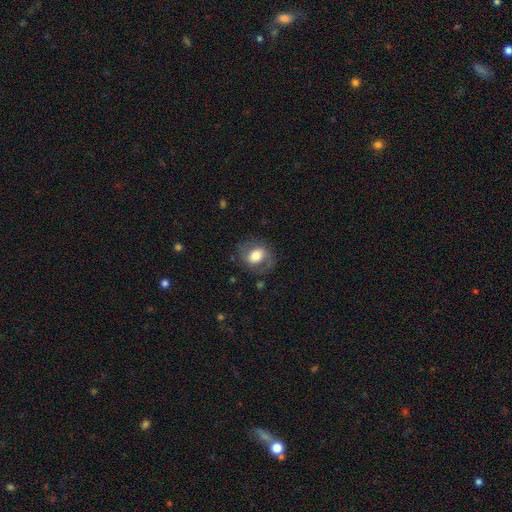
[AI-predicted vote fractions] This is possibly a featured or disk galaxy (50%). Merging: likely none (68%).